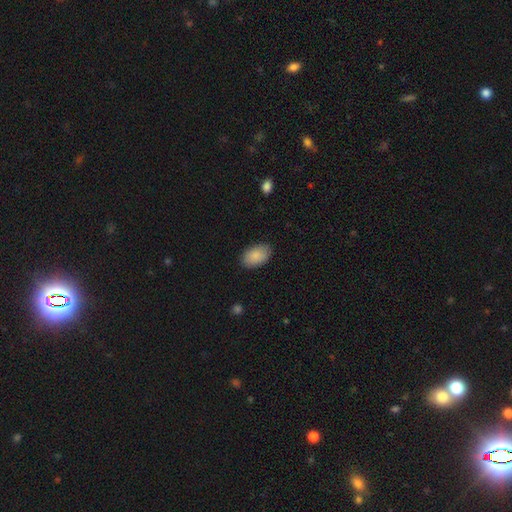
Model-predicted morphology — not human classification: A smooth galaxy with no disk features (88%) that is in between round and cigar-shaped (93%). Merging: none (86%).